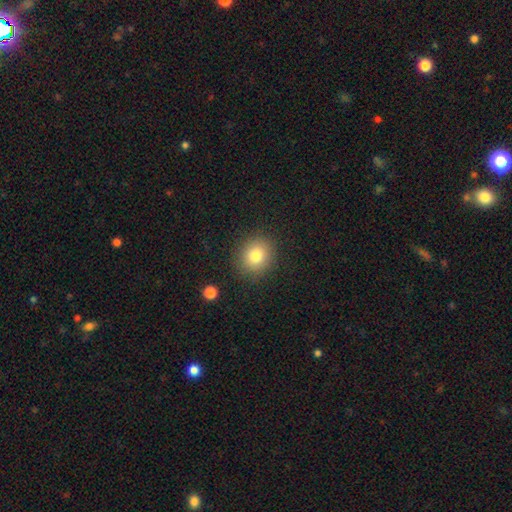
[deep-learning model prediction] The model was most divided on "how rounded": round: 77%, in between: 23%, cigar-shaped: 1%. More confident: merging — none (88%); smooth or featured — smooth (80%).